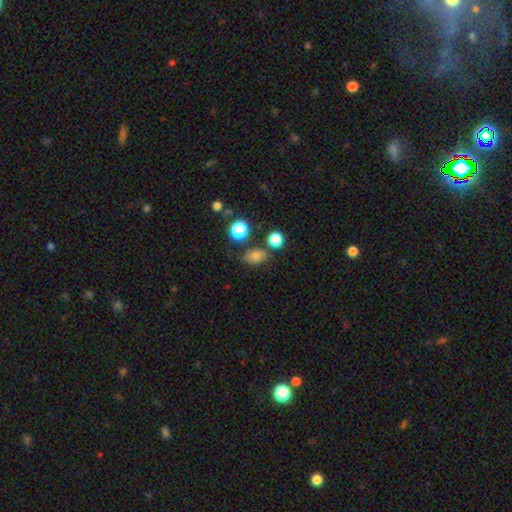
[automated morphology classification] smooth_or_featured: smooth (p=0.70) [alt: star or artifact p=0.17]
how_rounded: in between (p=0.62) [alt: round p=0.37]
merging: none (p=0.70) [alt: minor disturbance p=0.17]